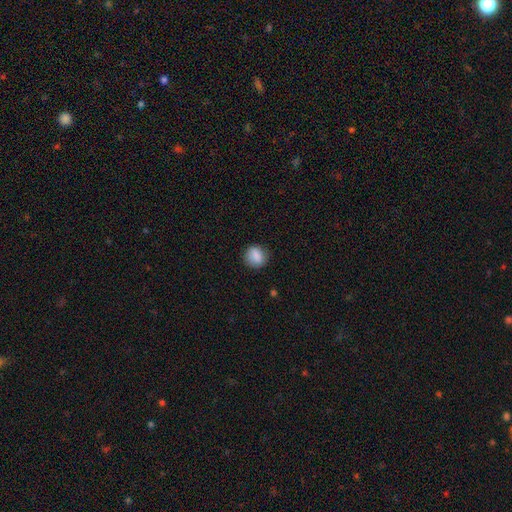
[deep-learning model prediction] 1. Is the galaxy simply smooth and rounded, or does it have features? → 86% smooth, 8% star or artifact, 6% featured or disk.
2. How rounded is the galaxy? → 75% round, 24% in between, 1% cigar-shaped.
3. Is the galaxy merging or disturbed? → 83% none, 13% minor disturbance, 3% major disturbance, 1% merger.